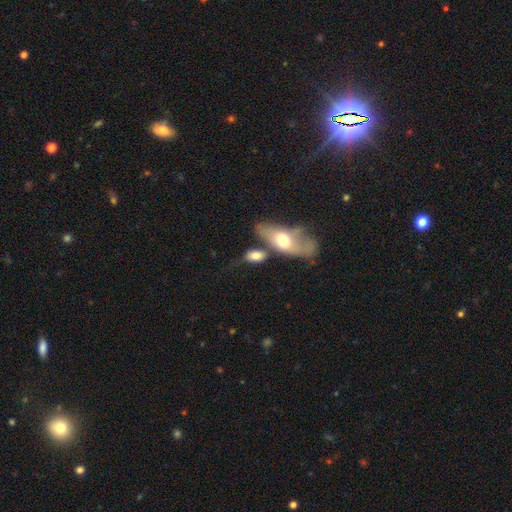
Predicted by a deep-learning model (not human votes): A smooth galaxy with no disk features (68%) that is in between round and cigar-shaped (84%). Merging: merger (38%).